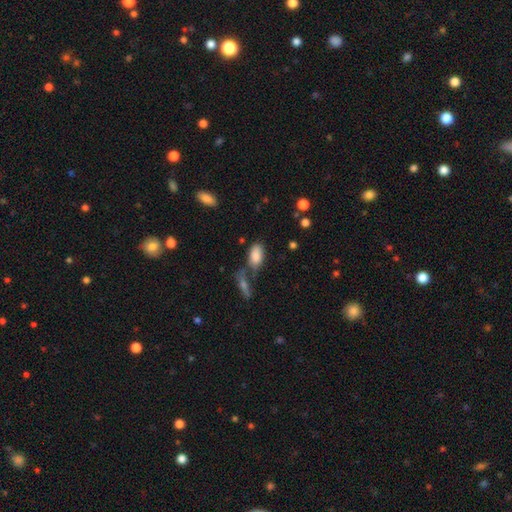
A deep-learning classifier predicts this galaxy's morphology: smooth_or_featured: smooth (p=0.84) [alt: featured or disk p=0.08]
how_rounded: in between (p=0.92) [alt: cigar-shaped p=0.04]
merging: none (p=0.49) [alt: merger p=0.26]